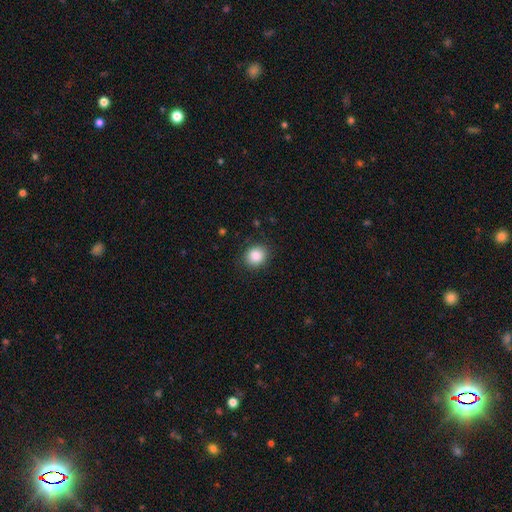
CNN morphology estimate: The model was most divided on "how rounded": round: 72%, in between: 27%, cigar-shaped: 1%. More confident: smooth or featured — smooth (87%); merging — none (86%).